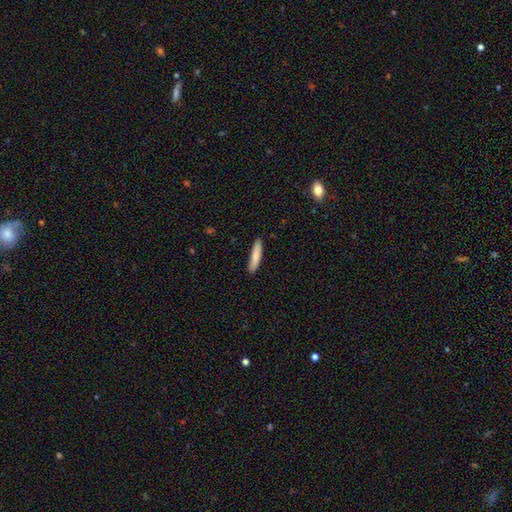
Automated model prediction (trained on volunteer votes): smooth 82%, featured or disk 12%, star or artifact 6%. Down the decision tree: how rounded — cigar-shaped (88%); merging — none (88%).